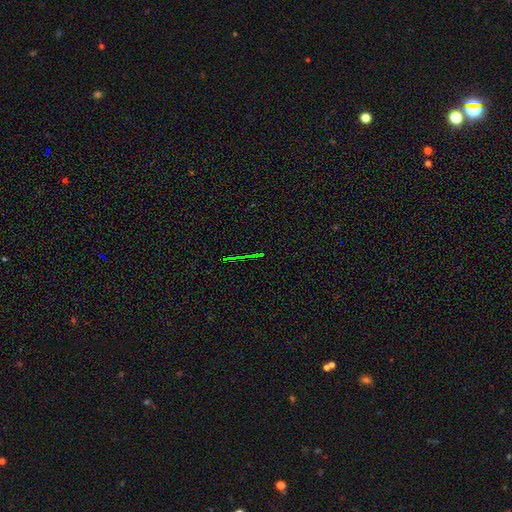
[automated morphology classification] type=star or artifact (77%).